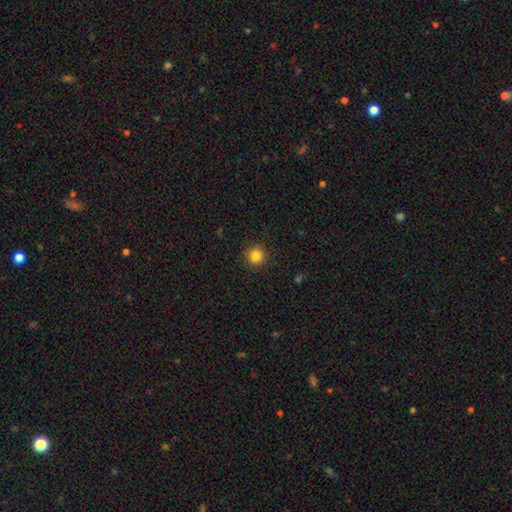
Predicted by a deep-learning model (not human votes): smooth_or_featured: smooth (p=0.84) [alt: star or artifact p=0.12]
how_rounded: round (p=0.95) [alt: in between p=0.04]
merging: none (p=0.92) [alt: minor disturbance p=0.05]